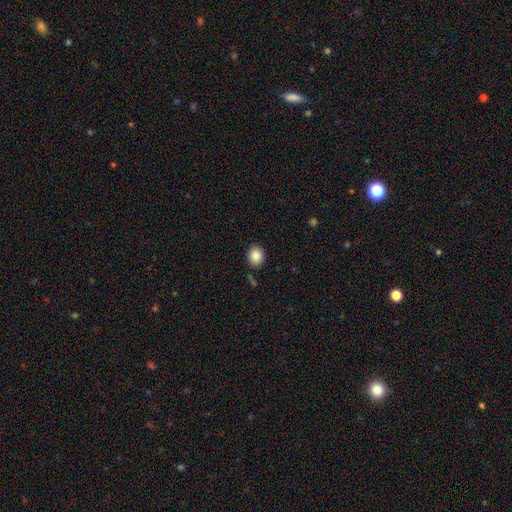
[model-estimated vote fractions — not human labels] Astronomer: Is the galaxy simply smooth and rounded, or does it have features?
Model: smooth — 87%.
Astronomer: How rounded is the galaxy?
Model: round — 55% (runner-up: in between, 44%).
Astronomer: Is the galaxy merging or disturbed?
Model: none — 86%.